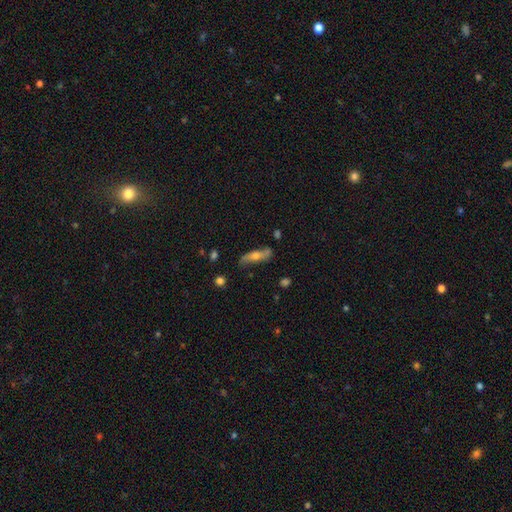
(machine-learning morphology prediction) Q: Smooth or featured?
A: featured or disk (52%); runner-up: smooth (40%)
Q: Edge-on disk?
A: yes (51%); runner-up: no (49%)
Q: Merging?
A: none (71%); runner-up: minor disturbance (20%)